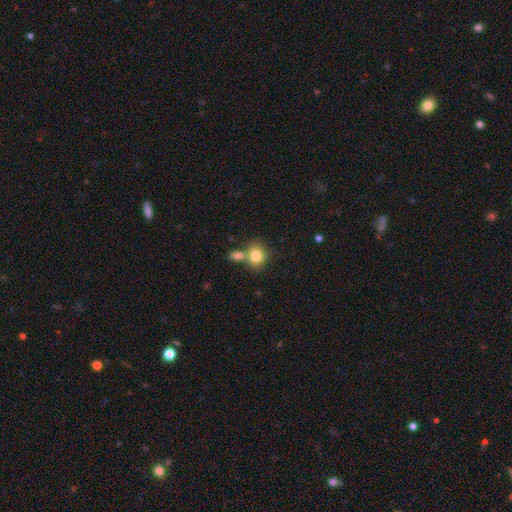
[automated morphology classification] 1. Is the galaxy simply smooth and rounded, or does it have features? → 82% smooth, 9% star or artifact, 9% featured or disk.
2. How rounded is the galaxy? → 65% round, 34% in between, 1% cigar-shaped.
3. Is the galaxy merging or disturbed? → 50% none, 35% merger, 10% minor disturbance, 4% major disturbance.